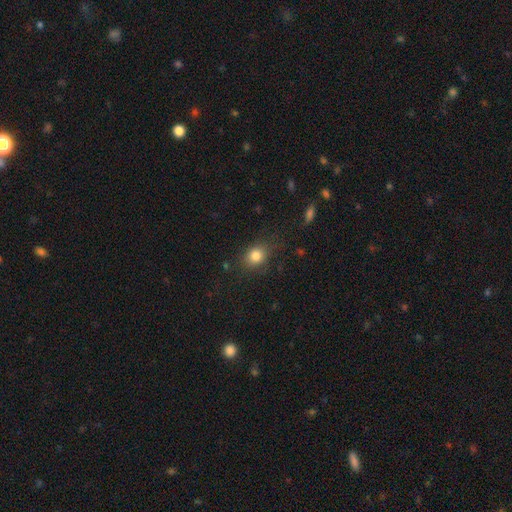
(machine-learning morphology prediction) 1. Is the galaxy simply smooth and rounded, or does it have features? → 82% smooth, 11% star or artifact, 7% featured or disk.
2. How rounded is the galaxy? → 55% round, 43% in between, 1% cigar-shaped.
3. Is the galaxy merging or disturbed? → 75% none, 17% minor disturbance, 6% major disturbance, 2% merger.